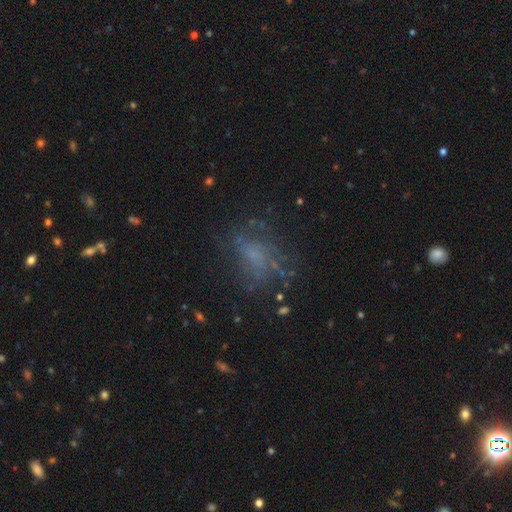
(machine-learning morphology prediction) This is marginally a featured or disk galaxy (43%). Merging: possibly none (57%).